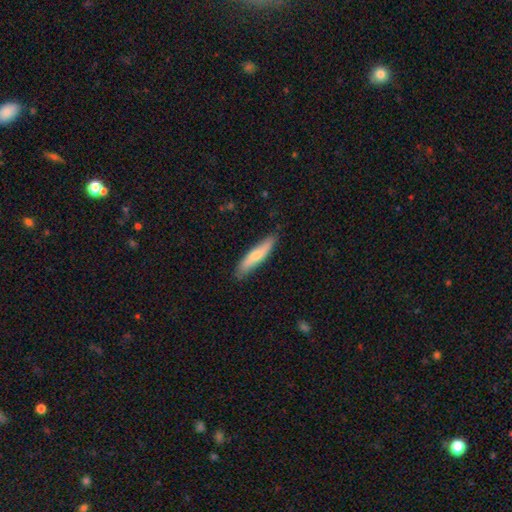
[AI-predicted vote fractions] This is likely a smooth galaxy (67%). How rounded: clearly cigar-shaped (84%). Merging: clearly none (83%).